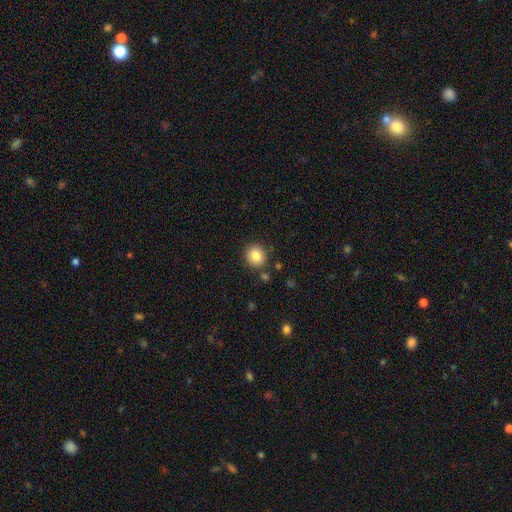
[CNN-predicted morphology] smooth-or-featured: smooth: 84% | star or artifact: 9% | featured or disk: 7%
  how-rounded: round: 88% | in between: 11% | cigar-shaped: 1%
  merging: none: 87% | minor disturbance: 8% | merger: 3% | major disturbance: 2%